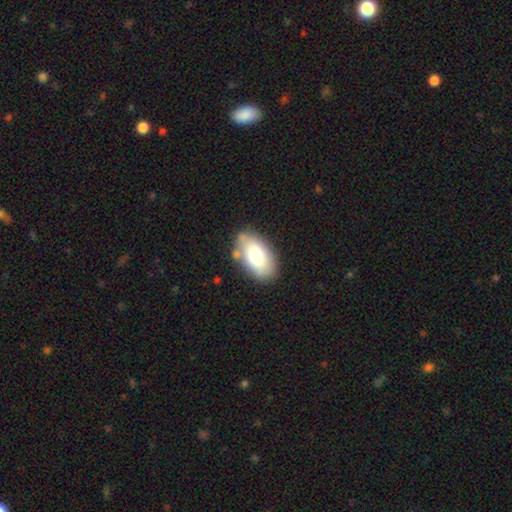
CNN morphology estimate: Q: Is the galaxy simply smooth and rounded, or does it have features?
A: smooth — 77%.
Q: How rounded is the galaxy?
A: in between — 94%.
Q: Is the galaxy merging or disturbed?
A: none — 74%.